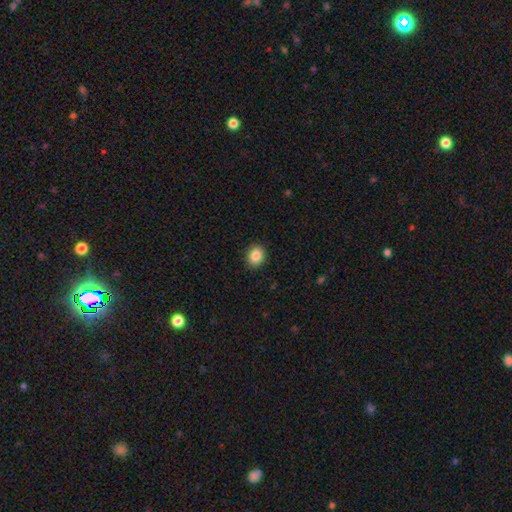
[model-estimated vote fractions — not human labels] Smooth or featured: smooth — 86% (star or artifact — 9%)
How rounded: round — 64% (in between — 35%)
Merging: none — 91% (minor disturbance — 7%)